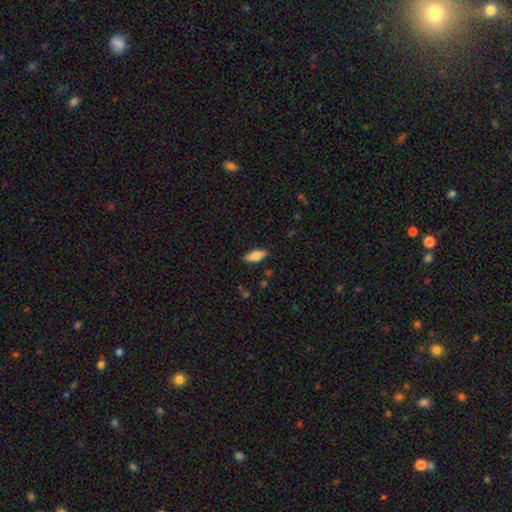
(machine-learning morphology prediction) Smooth or featured? smooth (74%)
How rounded? in between (77%)
Merging? none (86%)